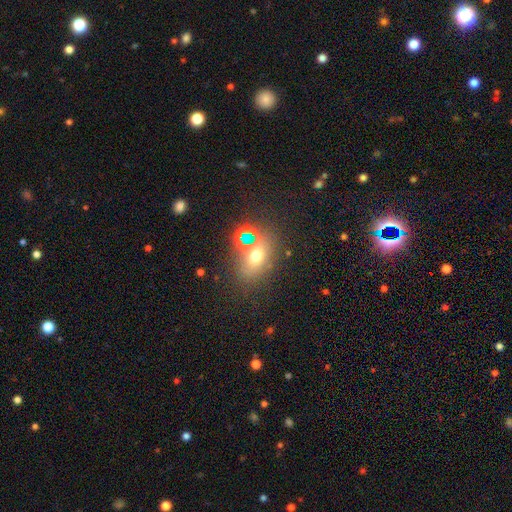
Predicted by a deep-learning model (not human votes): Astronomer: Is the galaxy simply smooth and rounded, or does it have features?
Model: smooth — 60%.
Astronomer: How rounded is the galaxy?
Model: in between — 63%.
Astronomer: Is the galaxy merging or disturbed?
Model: none — 65%.